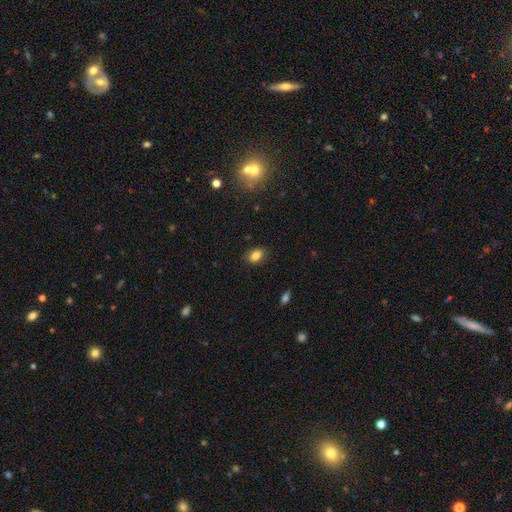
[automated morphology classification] This is clearly a smooth galaxy (84%). How rounded: clearly in between (80%). Merging: clearly none (84%).